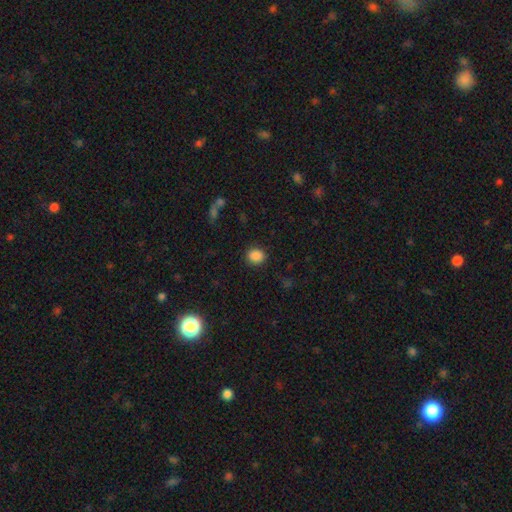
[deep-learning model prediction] Smooth or featured?
  - smooth: 87% *
  - star or artifact: 10%
  - featured or disk: 3%
How rounded?
  - round: 75% *
  - in between: 24%
  - cigar-shaped: 1%
Merging?
  - none: 88% *
  - minor disturbance: 8%
  - major disturbance: 3%
  - merger: 1%